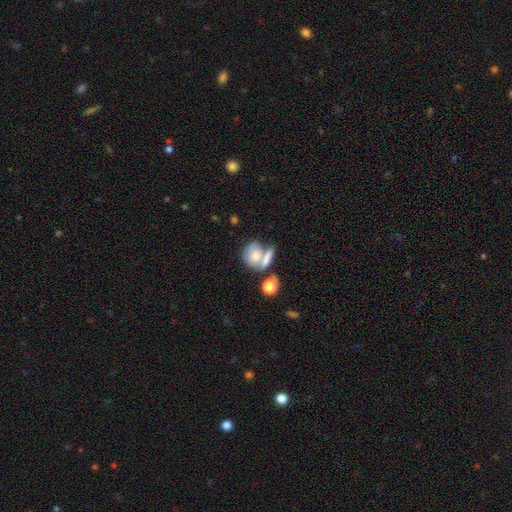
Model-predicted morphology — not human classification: This is likely a smooth galaxy (69%). How rounded: possibly in between (56%). Merging: possibly merger (55%).